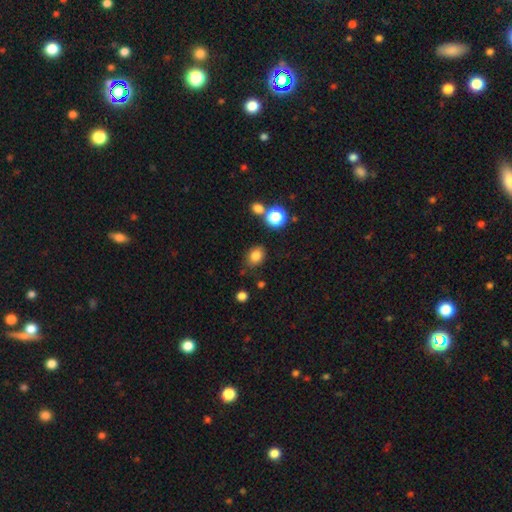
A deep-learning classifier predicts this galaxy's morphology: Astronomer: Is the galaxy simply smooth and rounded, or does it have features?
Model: smooth — 82%.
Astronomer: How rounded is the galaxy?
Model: in between — 60% (runner-up: round, 39%).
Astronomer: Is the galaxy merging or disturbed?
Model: none — 77%.